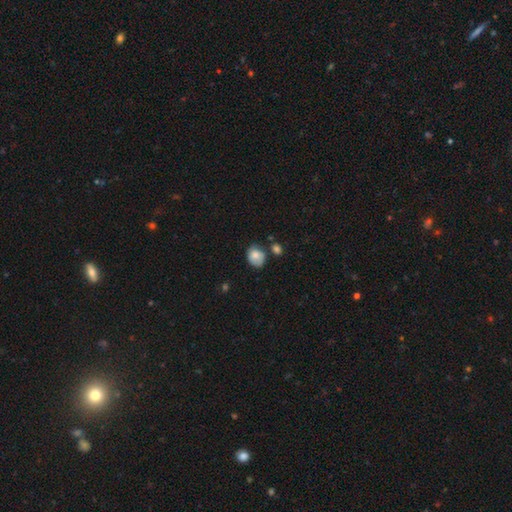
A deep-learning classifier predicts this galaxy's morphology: Overall: smooth (75%). How rounded: round (50%; in between 49%). Merging: none (53%; minor disturbance 28%).